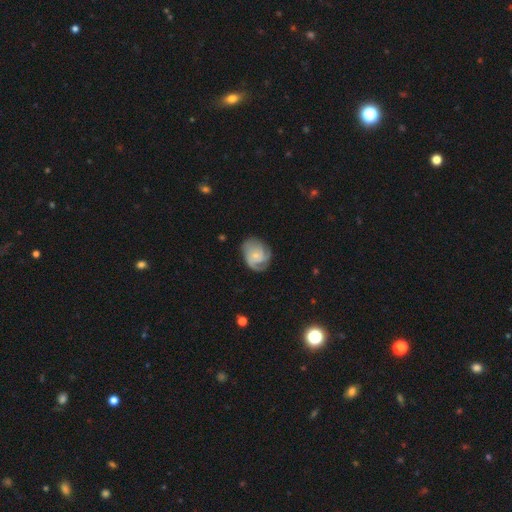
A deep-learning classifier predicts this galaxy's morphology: This appears to be a featured or disk galaxy (72%) with no bar (74%), 3 (33%) tight (49%) spiral arms (93%) and a small central bulge (72%). Merging: none (60%).